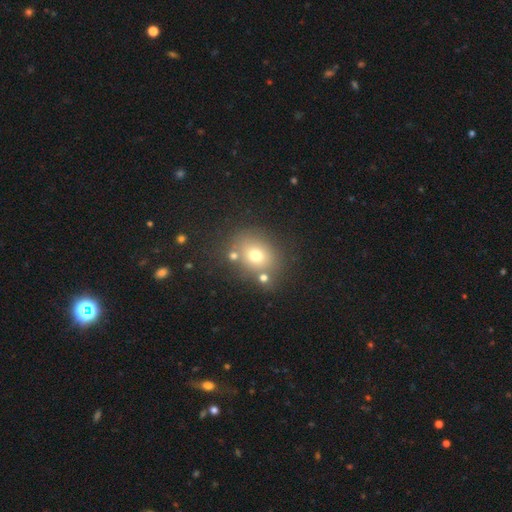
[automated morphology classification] The model was most divided on "how rounded": round: 60%, in between: 39%, cigar-shaped: 1%. More confident: merging — none (71%); smooth or featured — smooth (69%).